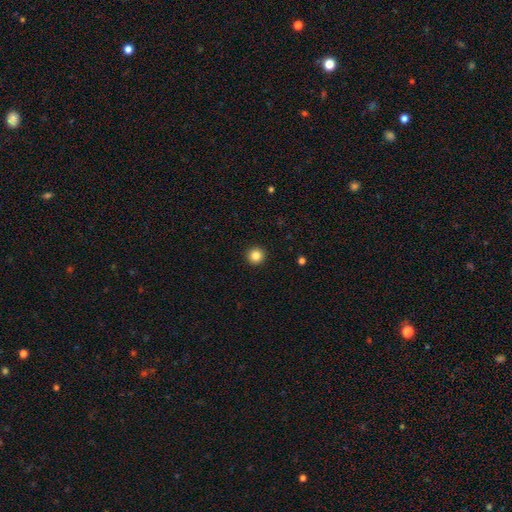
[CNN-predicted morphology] Smooth or featured? smooth (85%)
How rounded? round (96%)
Merging? none (94%)